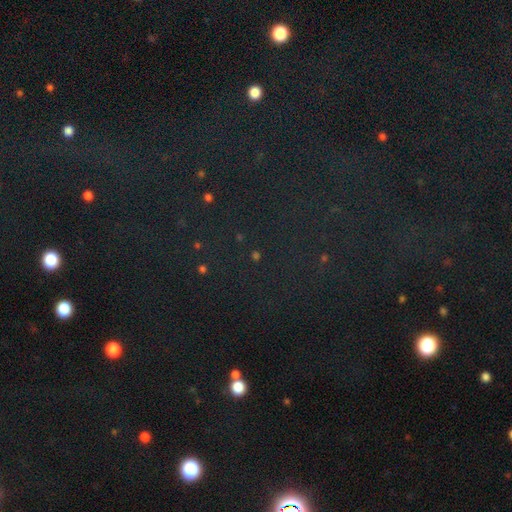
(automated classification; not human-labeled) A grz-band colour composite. It shows a star or artifact, not a galaxy (79%).